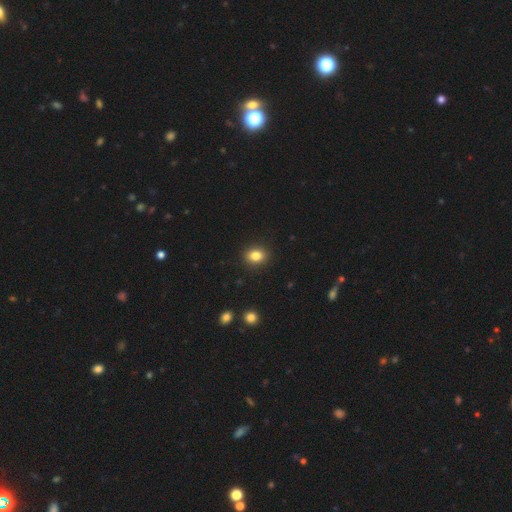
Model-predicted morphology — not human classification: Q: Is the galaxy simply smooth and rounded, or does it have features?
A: smooth — 83%.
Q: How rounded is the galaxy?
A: in between — 50%.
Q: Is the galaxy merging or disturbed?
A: none — 91%.